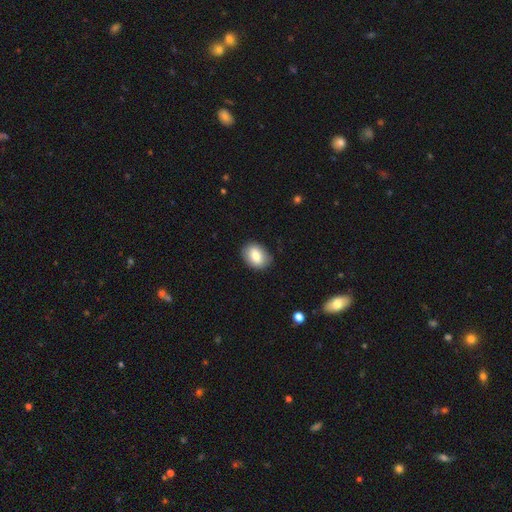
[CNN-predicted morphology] smooth 79%, featured or disk 13%, star or artifact 7%. Down the decision tree: how rounded — in between (74%); merging — none (85%).